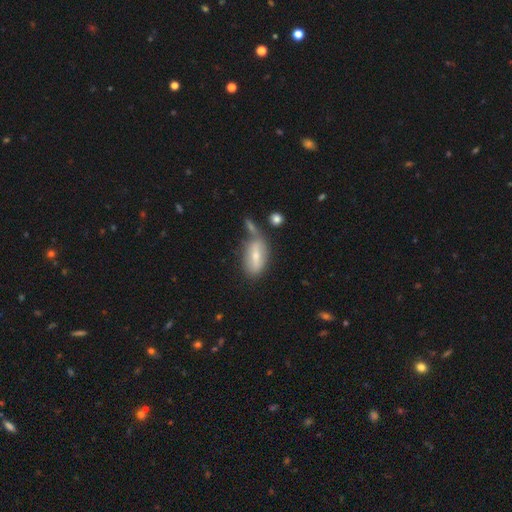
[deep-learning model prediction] smooth 53%, featured or disk 40%, star or artifact 7%. Down the decision tree: how rounded — in between (78%); merging — none (50%).